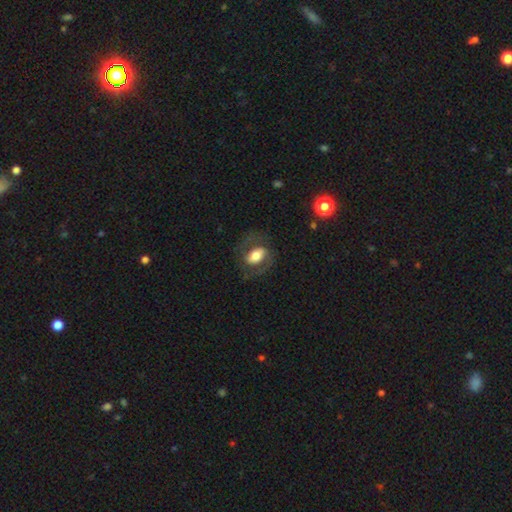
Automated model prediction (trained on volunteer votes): Smooth or featured: smooth — 47% (tied with featured or disk — 47%)
Merging: none — 70% (minor disturbance — 15%)